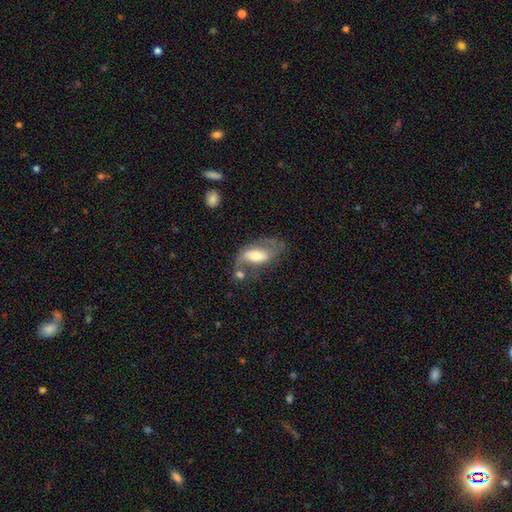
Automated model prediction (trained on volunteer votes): A featured or disk galaxy (52%).

Vote fractions:
- Smooth or featured? featured or disk: 52% / smooth: 41% / star or artifact: 7%
- Edge-on disk? no: 87% / yes: 13%
- Merging? none: 38% / minor disturbance: 23% / major disturbance: 21% / merger: 18%